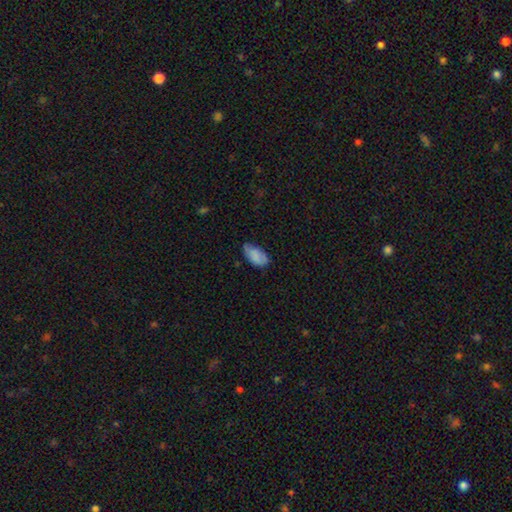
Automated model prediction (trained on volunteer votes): Morphology: type=smooth (81%); roundness=in between (94%); merging=none (58%).